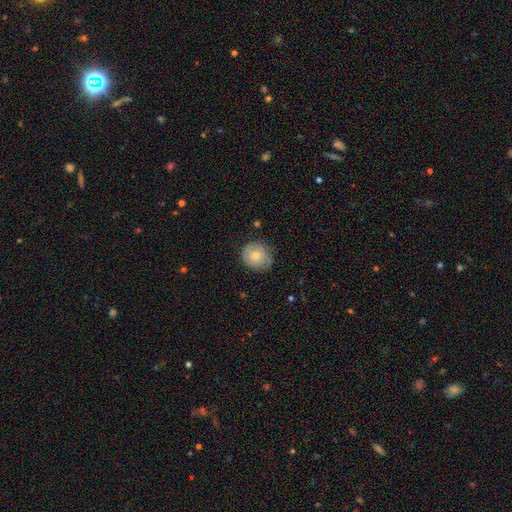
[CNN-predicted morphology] Overall: smooth (67%). How rounded: round (84%). Merging: none (72%).